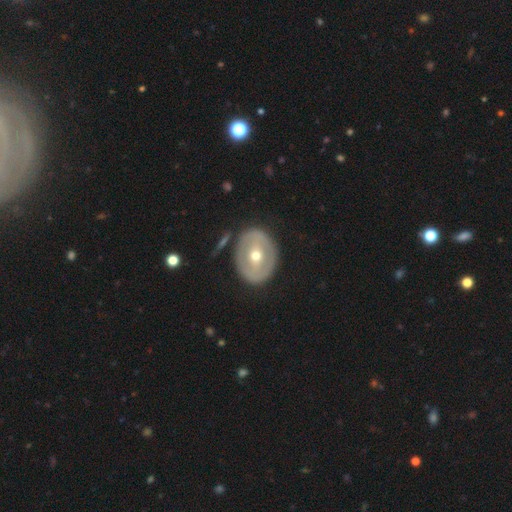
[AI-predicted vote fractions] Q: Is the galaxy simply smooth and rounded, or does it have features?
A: featured or disk — 60%.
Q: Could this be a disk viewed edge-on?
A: no — 93%.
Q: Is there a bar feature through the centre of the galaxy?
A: no — 42%.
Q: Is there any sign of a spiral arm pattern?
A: no — 79%.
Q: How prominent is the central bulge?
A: moderate — 64%.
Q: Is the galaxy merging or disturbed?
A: none — 81%.